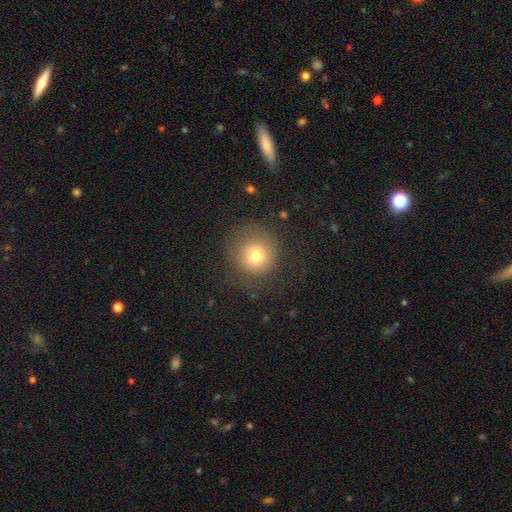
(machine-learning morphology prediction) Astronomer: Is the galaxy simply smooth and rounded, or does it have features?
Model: smooth — 73%.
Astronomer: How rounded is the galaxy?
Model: round — 91%.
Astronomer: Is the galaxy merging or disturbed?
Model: none — 71%.